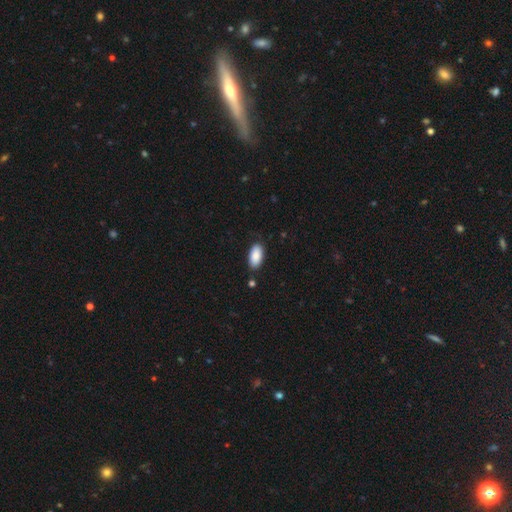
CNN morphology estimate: Smooth or featured? smooth (88%)
How rounded? in between (94%)
Merging? none (83%)